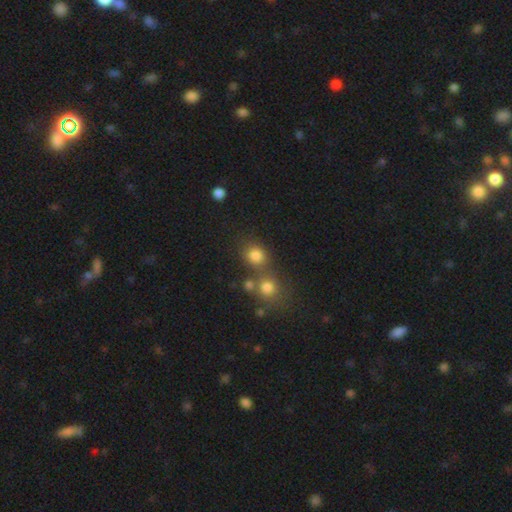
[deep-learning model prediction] Smooth or featured? Predicted: smooth (p=0.80). How rounded? Predicted: round (p=0.78). Merging? Predicted: none (p=0.58).